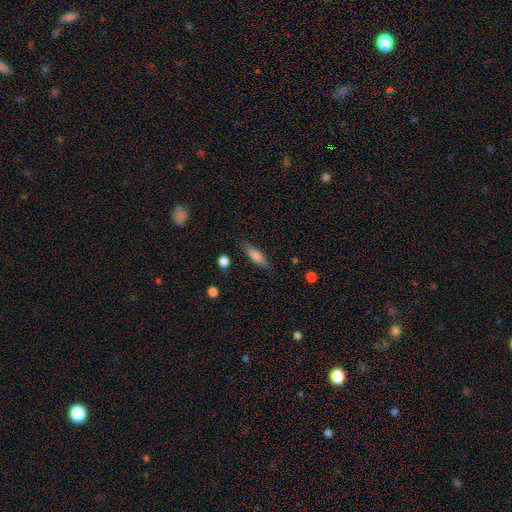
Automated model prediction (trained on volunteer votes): A smooth galaxy with no disk features (75%) that is cigar-shaped (54%).

Vote fractions:
- Smooth or featured? smooth: 75% / featured or disk: 18% / star or artifact: 7%
- How rounded? cigar-shaped: 54% / in between: 43% / round: 2%
- Merging? none: 82% / minor disturbance: 13% / major disturbance: 3% / merger: 2%